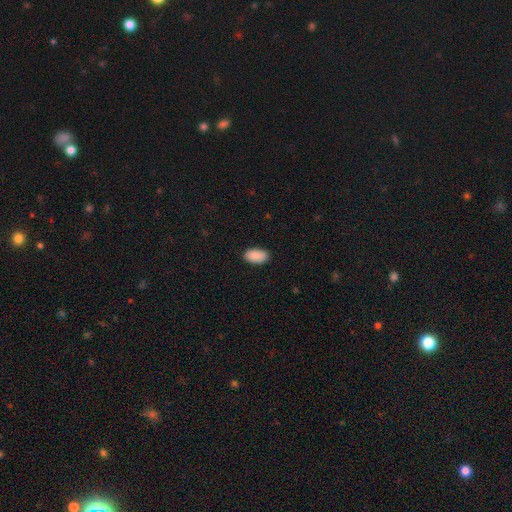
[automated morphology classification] smooth_or_featured: smooth (p=0.91) [alt: star or artifact p=0.06]
how_rounded: in between (p=0.95) [alt: round p=0.03]
merging: none (p=0.89) [alt: minor disturbance p=0.08]